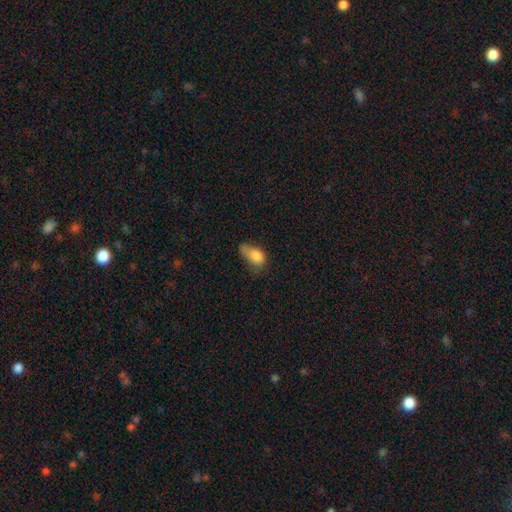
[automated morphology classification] type=smooth (79%); roundness=in between (85%); merging=minor disturbance (37%).